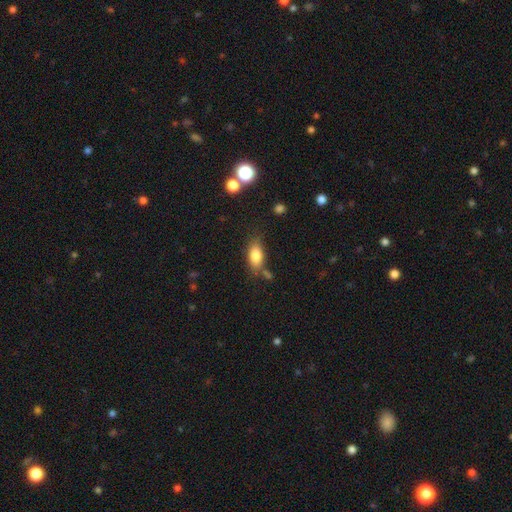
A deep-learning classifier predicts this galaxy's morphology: Overall: smooth (81%). How rounded: in between (86%). Merging: none (68%).